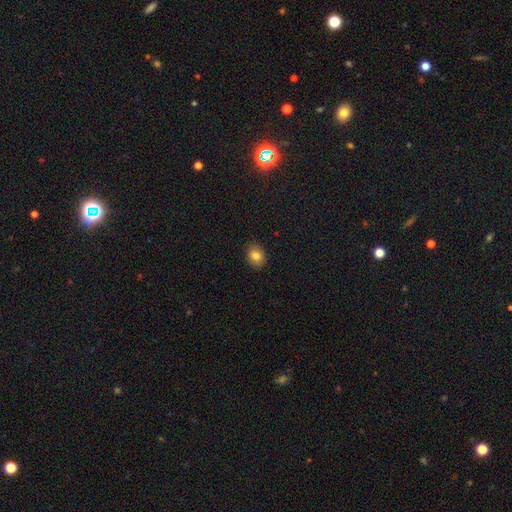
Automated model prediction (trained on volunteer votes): This appears to be a smooth galaxy with no disk features (83%) that is in between round and cigar-shaped (50%). Merging: none (88%).